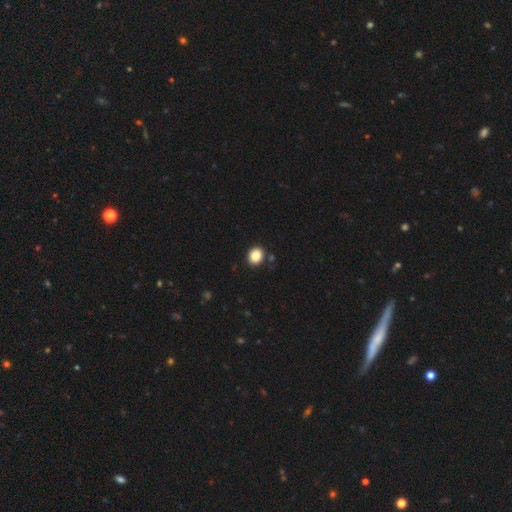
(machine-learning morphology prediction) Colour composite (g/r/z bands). It shows a smooth galaxy with no disk features (87%) that is round (61%). Merging: none (88%).